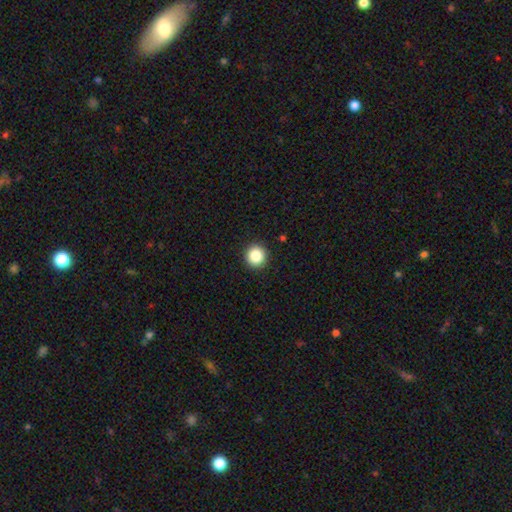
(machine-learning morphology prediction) smooth 86%, star or artifact 10%, featured or disk 4%. Down the decision tree: how rounded — round (95%); merging — none (93%).